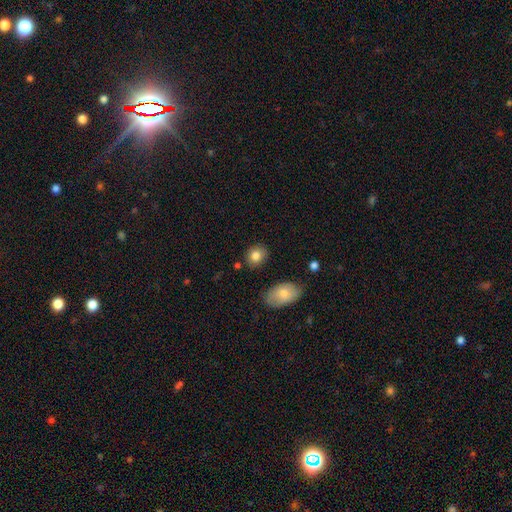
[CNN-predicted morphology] Q: Smooth or featured?
A: smooth (83%); runner-up: star or artifact (8%)
Q: How rounded?
A: round (60%); runner-up: in between (39%)
Q: Merging?
A: none (83%); runner-up: minor disturbance (10%)